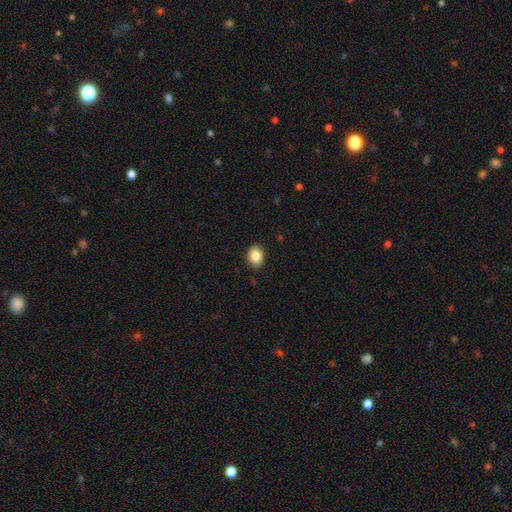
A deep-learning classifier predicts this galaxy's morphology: Overall: smooth (87%). How rounded: in between (65%; round 34%). Merging: none (90%).